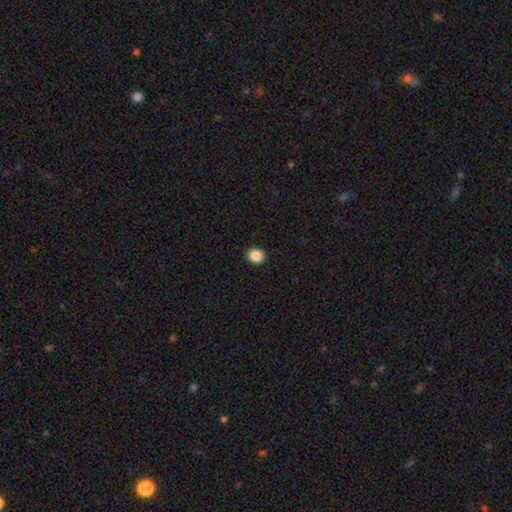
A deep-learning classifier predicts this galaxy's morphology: Smooth or featured: smooth — 87% (star or artifact — 10%)
How rounded: round — 78% (in between — 21%)
Merging: none — 92% (minor disturbance — 6%)